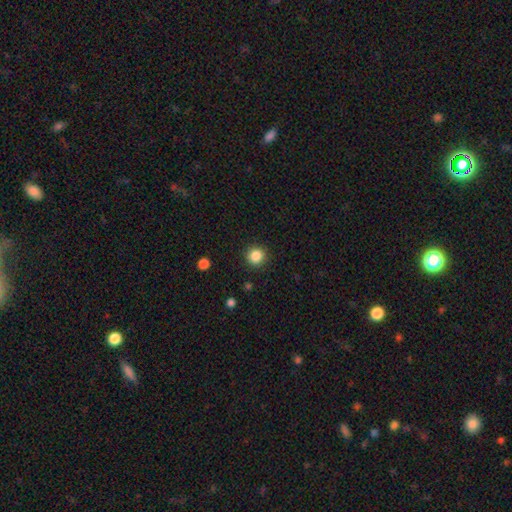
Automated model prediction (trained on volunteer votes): A smooth galaxy with no disk features (86%) that is round (93%).

Vote fractions:
- Smooth or featured? smooth: 86% / star or artifact: 11% / featured or disk: 4%
- How rounded? round: 93% / in between: 7% / cigar-shaped: 1%
- Merging? none: 91% / minor disturbance: 6% / major disturbance: 2% / merger: 1%